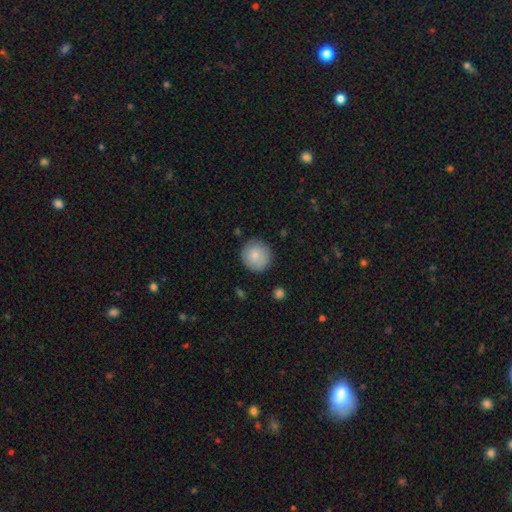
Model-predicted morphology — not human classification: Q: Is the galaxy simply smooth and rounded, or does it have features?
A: smooth — 82%.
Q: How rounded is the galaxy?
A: round — 94%.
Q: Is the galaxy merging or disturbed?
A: none — 85%.